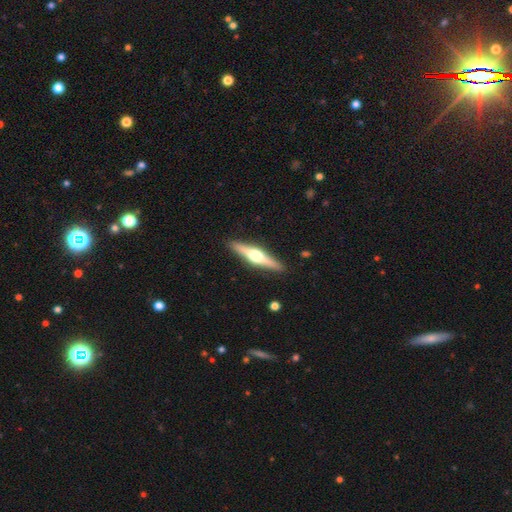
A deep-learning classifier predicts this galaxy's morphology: type=featured or disk (70%); edge-on=yes (97%); edge-on bulge=rounded (95%); merging=none (90%).